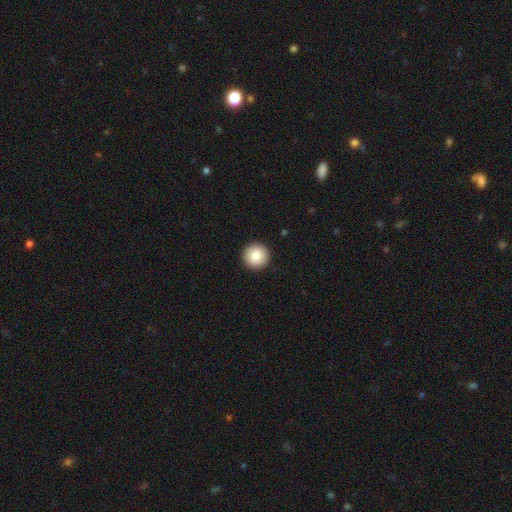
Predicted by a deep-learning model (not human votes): Q: Smooth or featured?
A: smooth (85%); runner-up: star or artifact (8%)
Q: How rounded?
A: round (96%); runner-up: in between (3%)
Q: Merging?
A: none (93%); runner-up: minor disturbance (4%)